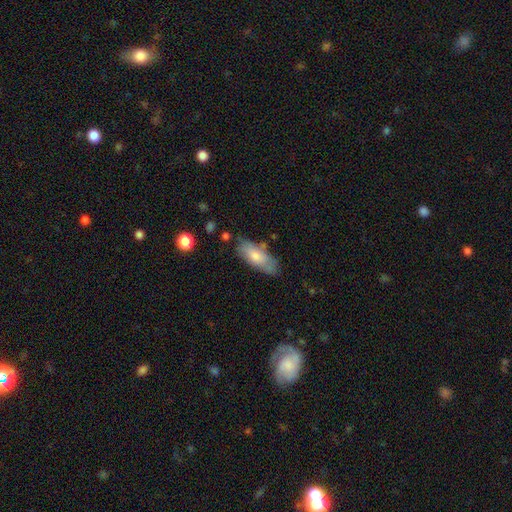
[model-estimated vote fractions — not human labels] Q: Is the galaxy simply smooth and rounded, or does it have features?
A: smooth — 71%.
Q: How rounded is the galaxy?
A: in between — 76%.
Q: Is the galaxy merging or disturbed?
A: none — 70%.